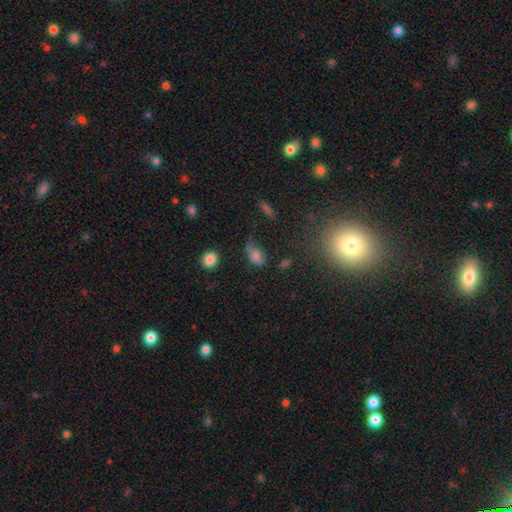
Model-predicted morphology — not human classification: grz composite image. It shows a smooth galaxy with no disk features (73%) that is in between round and cigar-shaped (85%). Merging: none (41%).